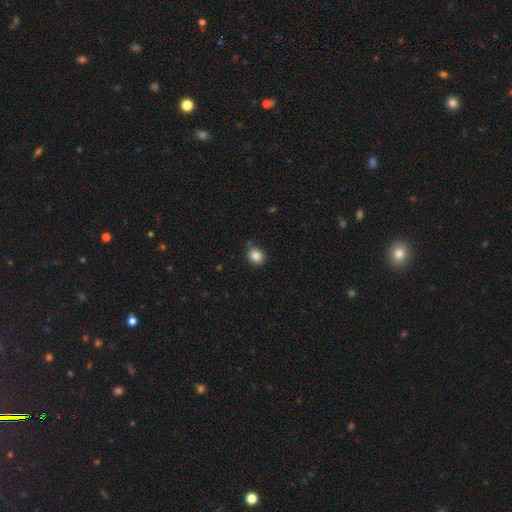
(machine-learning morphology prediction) Smooth or featured? Predicted: smooth (p=0.86). How rounded? Predicted: round (p=0.70). Merging? Predicted: none (p=0.79).